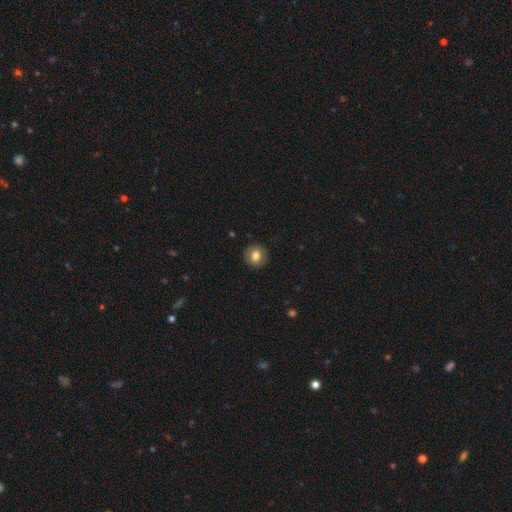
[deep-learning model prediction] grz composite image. It shows a smooth galaxy with no disk features (82%) that is round (89%). Merging: none (91%).